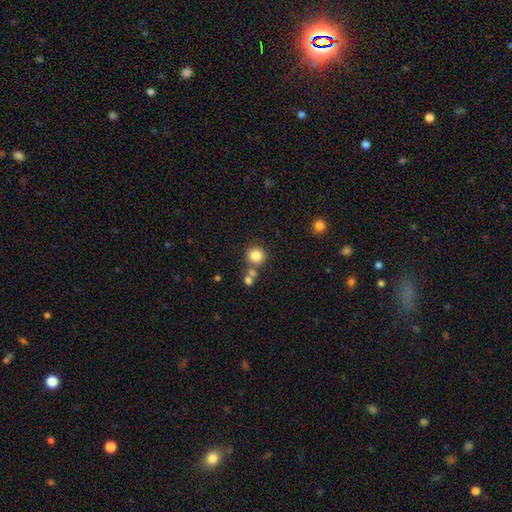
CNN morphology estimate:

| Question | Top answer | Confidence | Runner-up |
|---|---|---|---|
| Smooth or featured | smooth | 83% | star or artifact (11%) |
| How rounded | round | 92% | in between (7%) |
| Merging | none | 70% | merger (19%) |